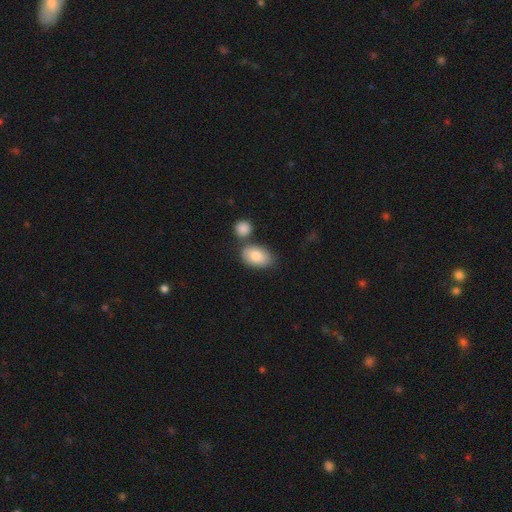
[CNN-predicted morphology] Smooth or featured?
  - smooth: 82% *
  - featured or disk: 12%
  - star or artifact: 6%
How rounded?
  - in between: 90% *
  - round: 9%
  - cigar-shaped: 1%
Merging?
  - none: 59% *
  - merger: 22%
  - minor disturbance: 15%
  - major disturbance: 4%